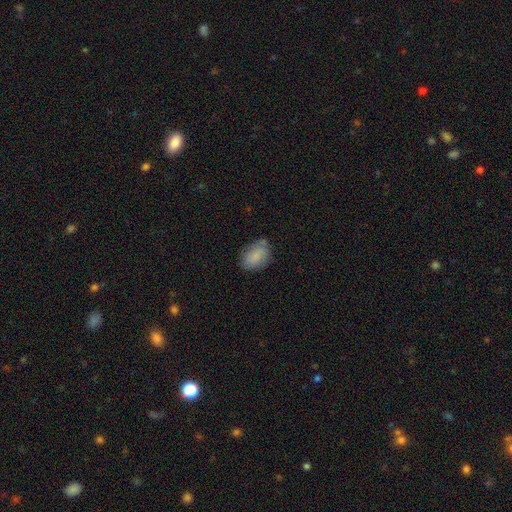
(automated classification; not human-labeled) smooth_or_featured: smooth (p=0.83) [alt: featured or disk p=0.10]
how_rounded: in between (p=0.88) [alt: round p=0.10]
merging: none (p=0.67) [alt: minor disturbance p=0.24]